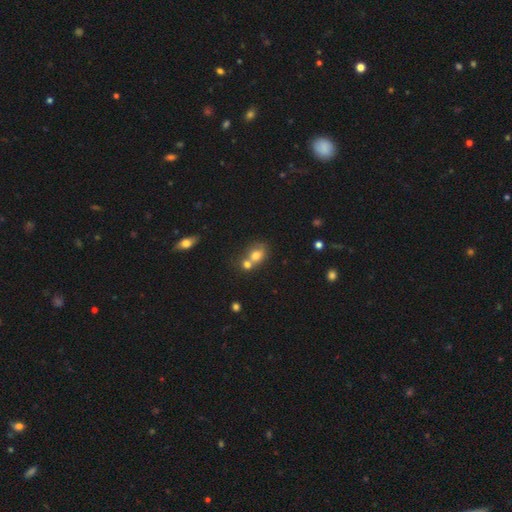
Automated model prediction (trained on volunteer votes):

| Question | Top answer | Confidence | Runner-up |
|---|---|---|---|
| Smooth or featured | smooth | 74% | featured or disk (15%) |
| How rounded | round | 55% | in between (43%) |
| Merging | merger | 55% | none (32%) |